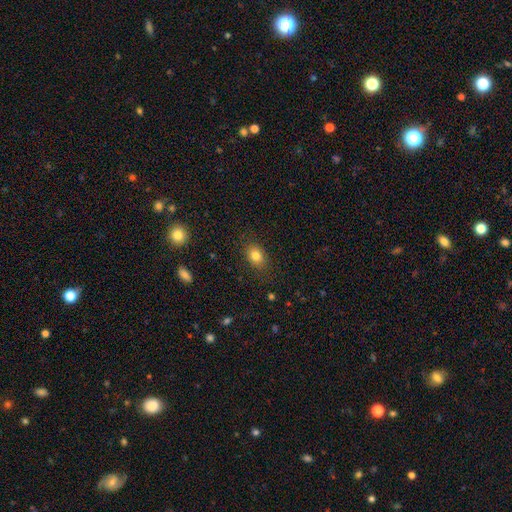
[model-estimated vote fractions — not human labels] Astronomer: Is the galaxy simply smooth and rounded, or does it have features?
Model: smooth — 81%.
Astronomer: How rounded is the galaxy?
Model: in between — 66%.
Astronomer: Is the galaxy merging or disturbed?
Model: none — 84%.